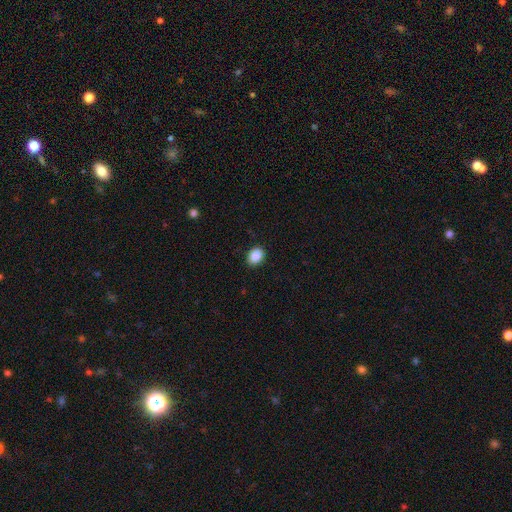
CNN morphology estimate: This is clearly a smooth galaxy (88%). How rounded: possibly in between (58%). Merging: clearly none (89%).